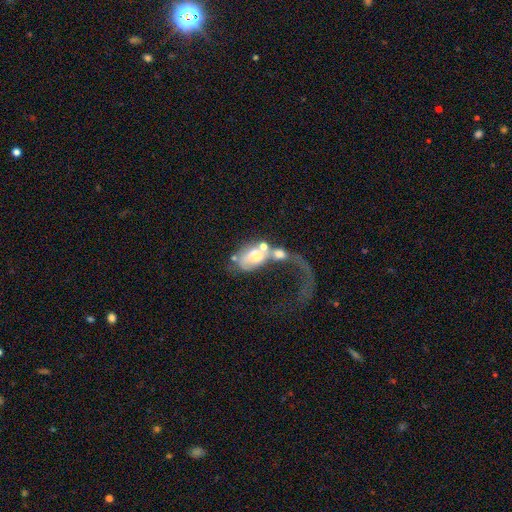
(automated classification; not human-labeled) Morphology: type=featured or disk (46%); merging=merger (49%).